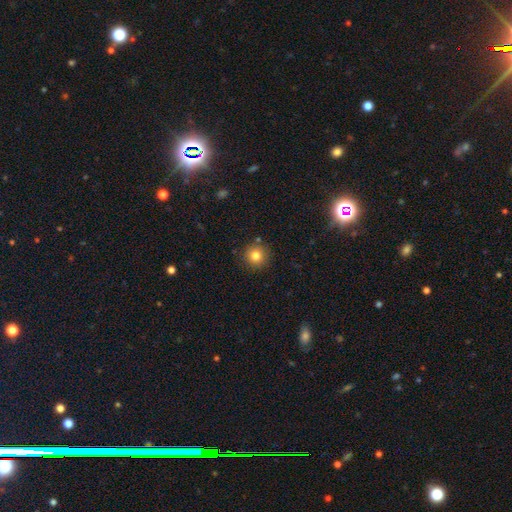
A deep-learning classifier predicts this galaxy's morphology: Smooth or featured: smooth — 81% (star or artifact — 12%)
How rounded: round — 95% (in between — 4%)
Merging: none — 87% (minor disturbance — 7%)